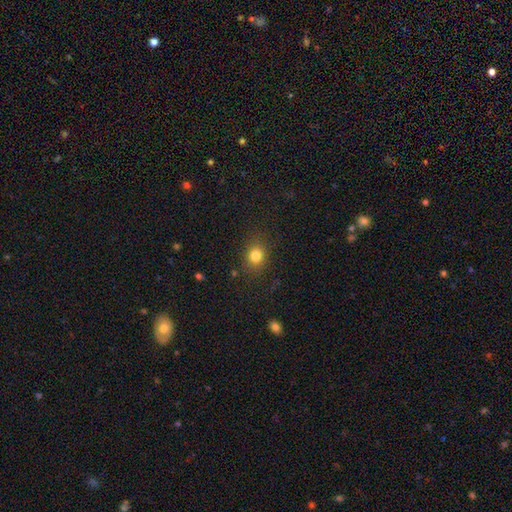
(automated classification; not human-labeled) Smooth or featured?
  - smooth: 81% *
  - star or artifact: 13%
  - featured or disk: 6%
How rounded?
  - round: 67% *
  - in between: 31%
  - cigar-shaped: 1%
Merging?
  - none: 83% *
  - minor disturbance: 11%
  - major disturbance: 4%
  - merger: 2%